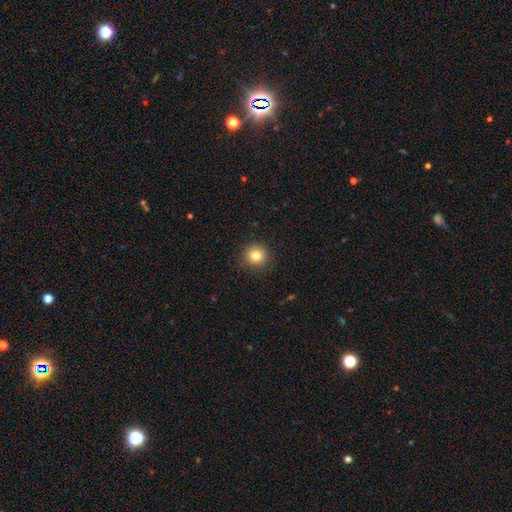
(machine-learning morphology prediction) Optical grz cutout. It shows a smooth galaxy with no disk features (82%) that is round (94%). Merging: none (91%).